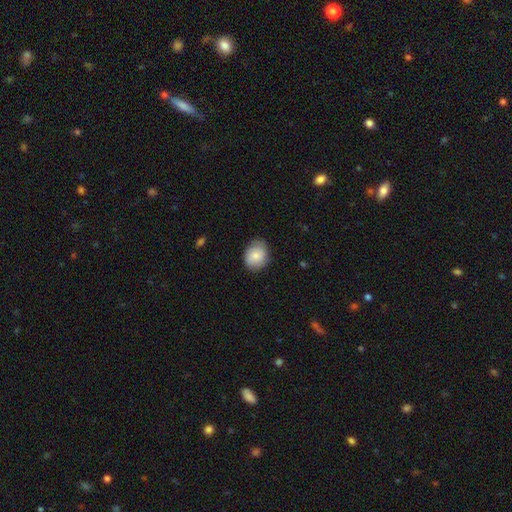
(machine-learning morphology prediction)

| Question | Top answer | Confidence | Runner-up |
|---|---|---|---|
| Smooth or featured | smooth | 79% | featured or disk (14%) |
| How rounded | round | 55% | in between (44%) |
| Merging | none | 77% | minor disturbance (18%) |